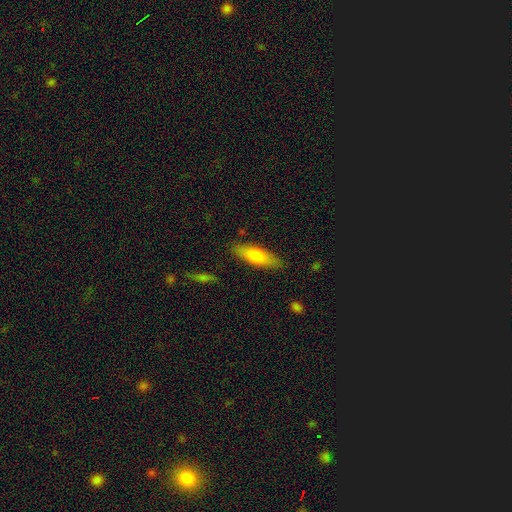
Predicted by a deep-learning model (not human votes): Smooth or featured? Predicted: smooth (p=0.70). How rounded? Predicted: in between (p=0.53). Merging? Predicted: none (p=0.85).